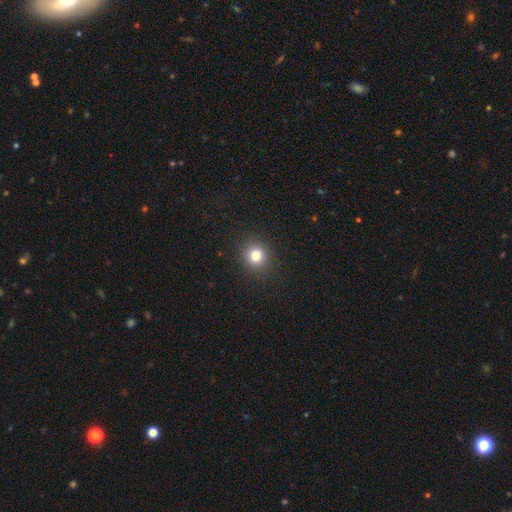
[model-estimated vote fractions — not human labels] Smooth or featured?
  - smooth: 80% *
  - star or artifact: 14%
  - featured or disk: 7%
How rounded?
  - round: 88% *
  - in between: 11%
  - cigar-shaped: 1%
Merging?
  - none: 91% *
  - minor disturbance: 6%
  - major disturbance: 2%
  - merger: 1%